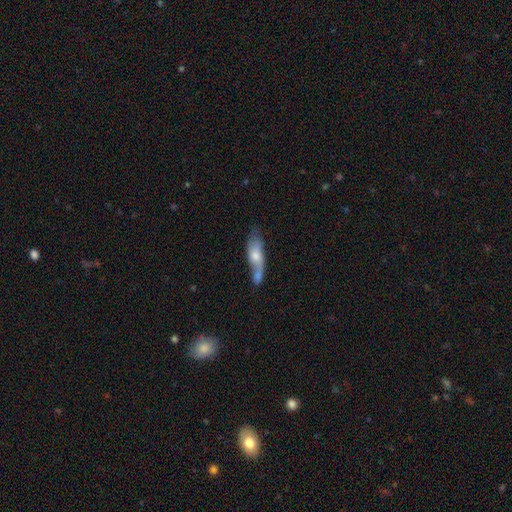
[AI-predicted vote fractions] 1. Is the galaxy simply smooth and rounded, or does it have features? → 59% smooth, 35% featured or disk, 6% star or artifact.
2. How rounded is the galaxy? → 56% in between, 40% cigar-shaped, 3% round.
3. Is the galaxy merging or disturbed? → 35% merger, 31% none, 21% minor disturbance, 12% major disturbance.